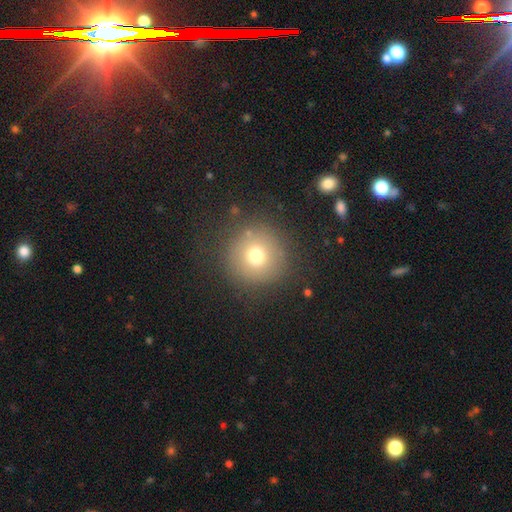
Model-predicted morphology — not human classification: Q: Smooth or featured?
A: smooth (72%); runner-up: star or artifact (15%)
Q: How rounded?
A: round (95%); runner-up: in between (4%)
Q: Merging?
A: none (85%); runner-up: minor disturbance (9%)